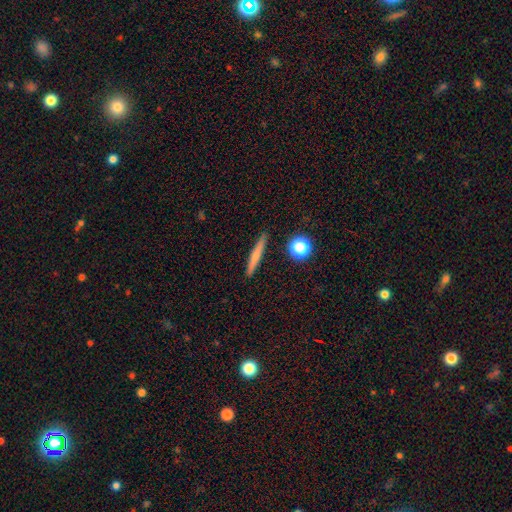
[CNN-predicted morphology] A smooth galaxy with no disk features (60%) that is cigar-shaped (93%). Merging: none (90%).